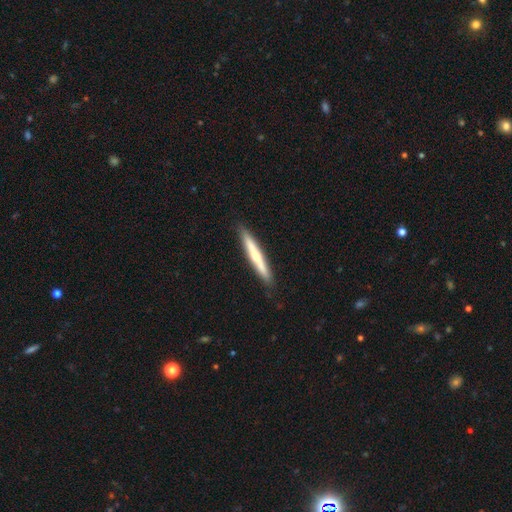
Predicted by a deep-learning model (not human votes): Q: Smooth or featured?
A: smooth (50%); runner-up: featured or disk (45%)
Q: How rounded?
A: cigar-shaped (96%); runner-up: in between (3%)
Q: Merging?
A: none (90%); runner-up: minor disturbance (7%)